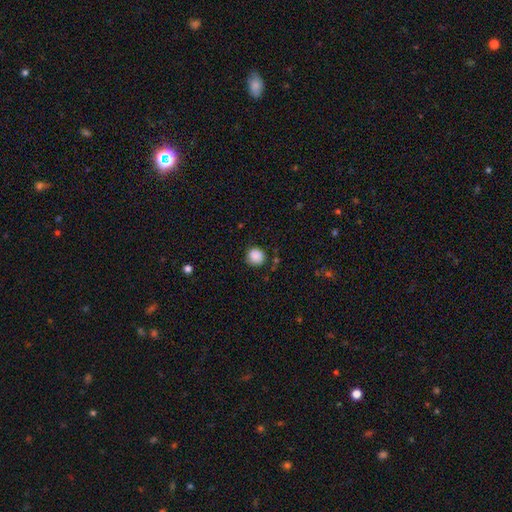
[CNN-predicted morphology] Smooth or featured? Predicted: smooth (p=0.88). How rounded? Predicted: round (p=0.90). Merging? Predicted: none (p=0.84).